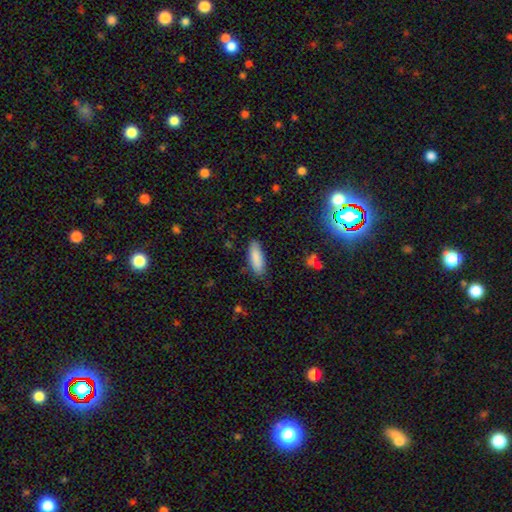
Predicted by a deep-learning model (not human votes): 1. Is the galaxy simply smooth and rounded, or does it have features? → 88% smooth, 6% featured or disk, 6% star or artifact.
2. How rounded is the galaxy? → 56% in between, 42% cigar-shaped, 2% round.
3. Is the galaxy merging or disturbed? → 85% none, 12% minor disturbance, 2% major disturbance, 1% merger.